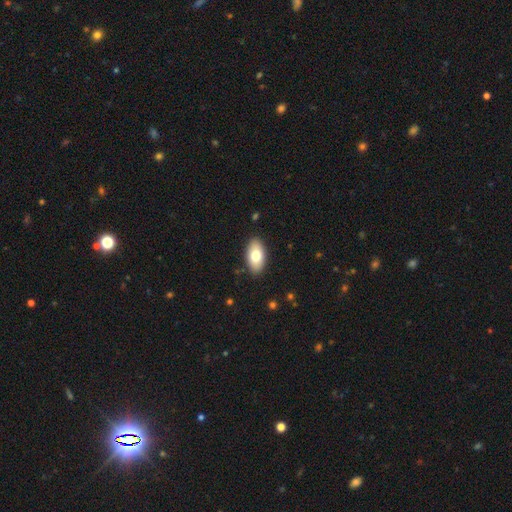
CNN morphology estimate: Smooth or featured? Predicted: smooth (p=0.76). How rounded? Predicted: in between (p=0.94). Merging? Predicted: none (p=0.88).